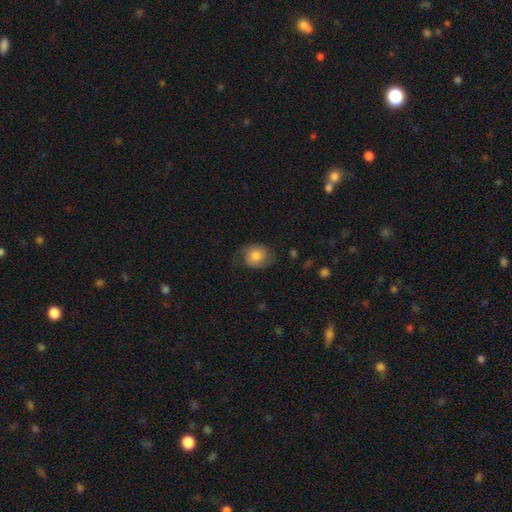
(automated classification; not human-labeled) Morphology: type=smooth (53%); roundness=round (64%); merging=none (59%).